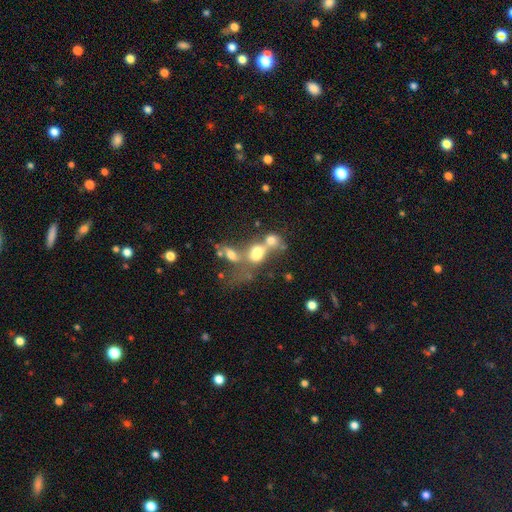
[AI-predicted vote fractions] Morphology: type=smooth (47%); merging=merger (60%).